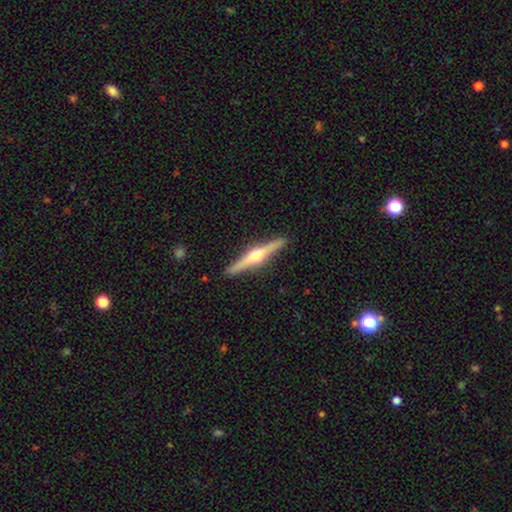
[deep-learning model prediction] Overall: featured or disk (78%). Edge-on disk: yes (98%). Edge-on bulge: rounded (95%). Merging: none (91%).